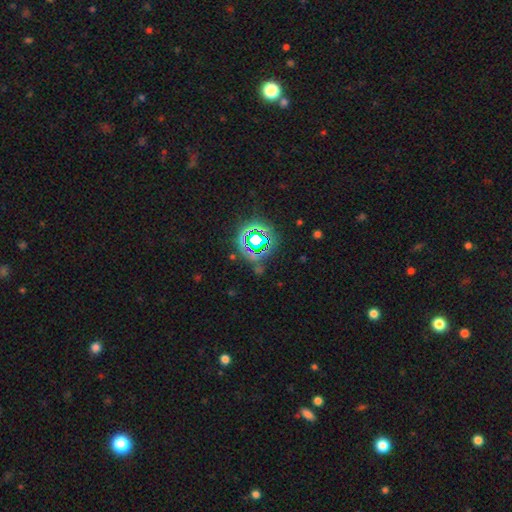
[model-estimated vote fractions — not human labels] A star or artifact, not a galaxy (79%).